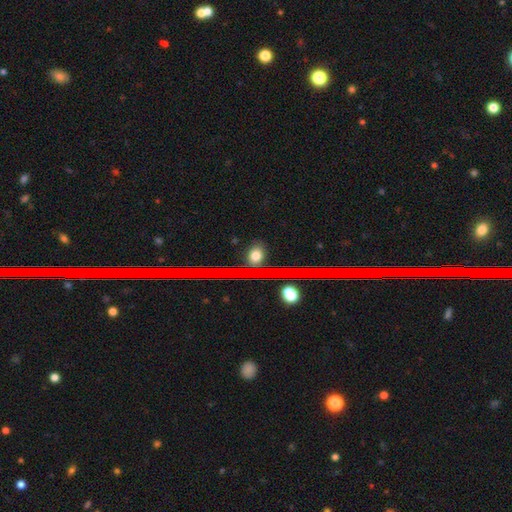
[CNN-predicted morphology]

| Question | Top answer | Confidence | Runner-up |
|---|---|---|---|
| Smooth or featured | smooth | 65% | star or artifact (25%) |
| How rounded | round | 54% | in between (40%) |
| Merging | none | 86% | minor disturbance (9%) |